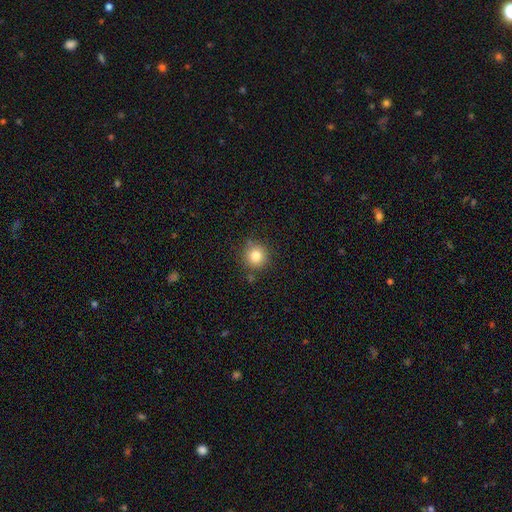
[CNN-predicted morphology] Smooth or featured? Predicted: smooth (p=0.82). How rounded? Predicted: round (p=0.93). Merging? Predicted: none (p=0.83).